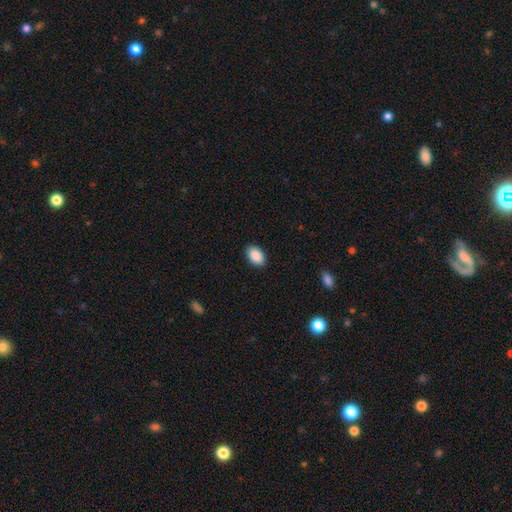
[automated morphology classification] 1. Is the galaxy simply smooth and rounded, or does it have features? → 90% smooth, 7% star or artifact, 3% featured or disk.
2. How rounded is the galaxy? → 89% in between, 10% round, 1% cigar-shaped.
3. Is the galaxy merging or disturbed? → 90% none, 8% minor disturbance, 2% major disturbance, 1% merger.